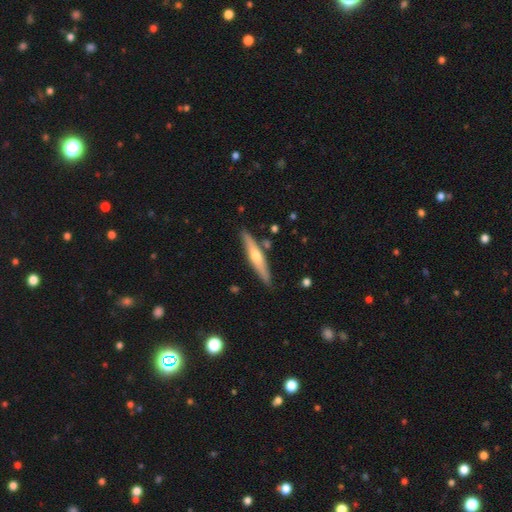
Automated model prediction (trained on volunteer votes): This appears to be a featured or disk galaxy (59%) viewed edge-on (95%) with a rounded central bulge (87%). Merging: none (87%).